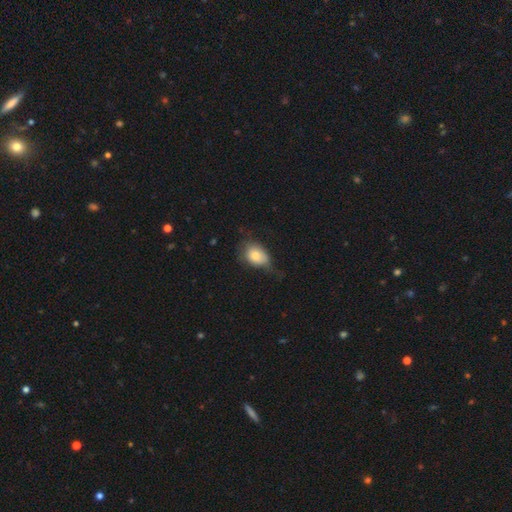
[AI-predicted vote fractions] The model was most divided on "merging": none: 42%, minor disturbance: 41%, major disturbance: 15%, merger: 2%. More confident: smooth or featured — smooth (78%); how rounded — in between (69%).